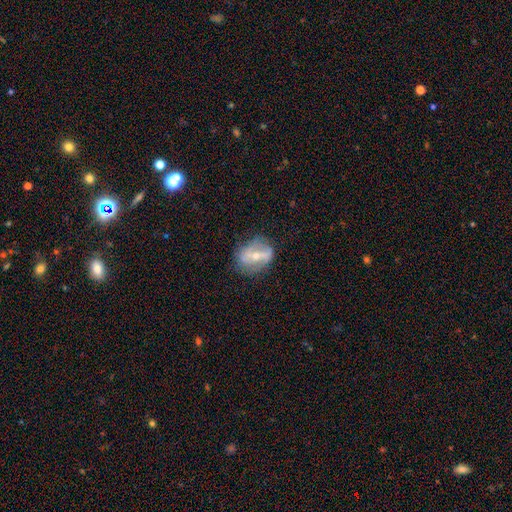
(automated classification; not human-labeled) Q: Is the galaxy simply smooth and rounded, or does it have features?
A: featured or disk — 66%.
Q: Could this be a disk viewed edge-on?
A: no — 92%.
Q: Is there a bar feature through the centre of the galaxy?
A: strong — 53%.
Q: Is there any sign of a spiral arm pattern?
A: yes — 58%.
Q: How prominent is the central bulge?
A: small — 54%.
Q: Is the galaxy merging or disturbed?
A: none — 65%.